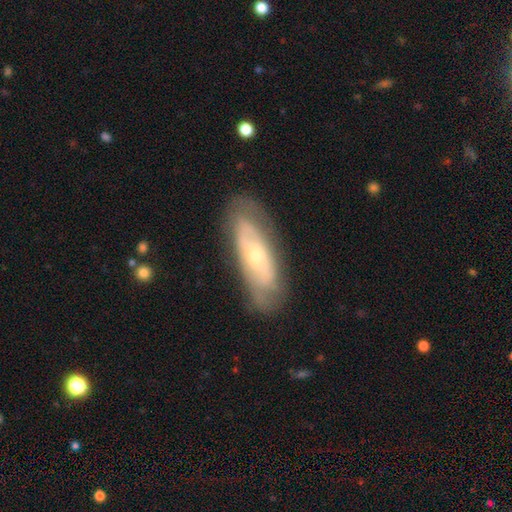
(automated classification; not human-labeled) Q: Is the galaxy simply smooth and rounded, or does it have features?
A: featured or disk — 61%.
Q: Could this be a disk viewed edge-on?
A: no — 81%.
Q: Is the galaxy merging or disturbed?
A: none — 74%.